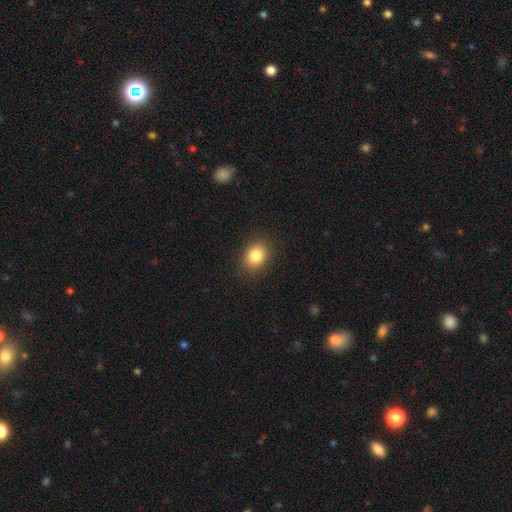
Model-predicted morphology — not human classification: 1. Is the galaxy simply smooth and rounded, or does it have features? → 84% smooth, 10% star or artifact, 6% featured or disk.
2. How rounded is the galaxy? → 50% in between, 49% round, 1% cigar-shaped.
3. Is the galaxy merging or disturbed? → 88% none, 9% minor disturbance, 3% major disturbance, 1% merger.